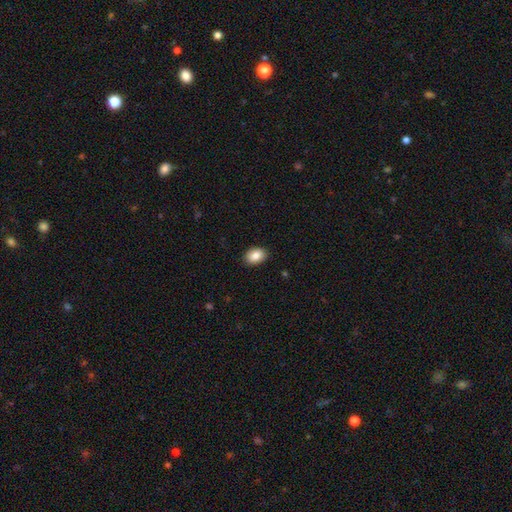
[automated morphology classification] This appears to be a smooth galaxy with no disk features (86%) that is in between round and cigar-shaped (80%). Merging: none (88%).